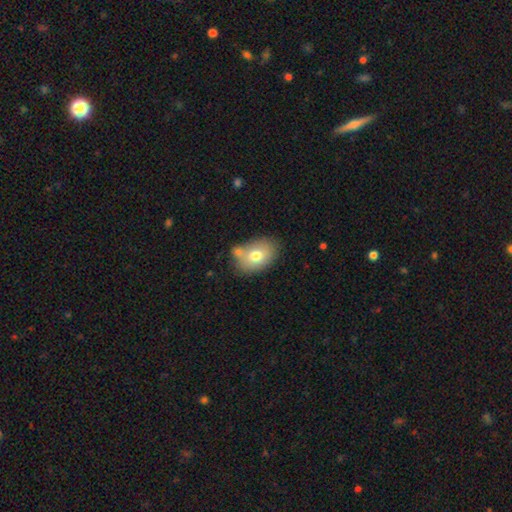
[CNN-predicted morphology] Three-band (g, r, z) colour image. It shows a smooth galaxy with no disk features (72%) that is in between round and cigar-shaped (79%). Merging: none (58%).